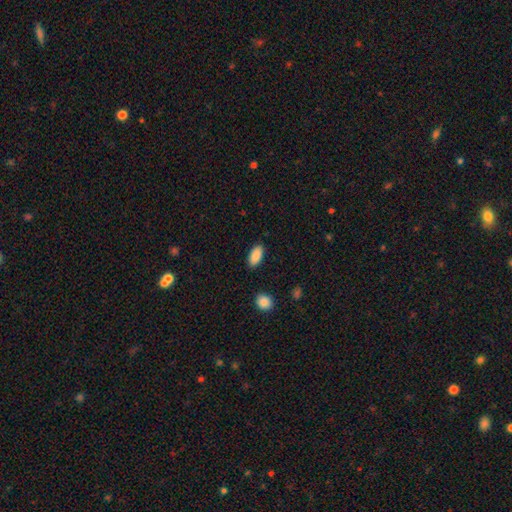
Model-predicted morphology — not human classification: smooth 89%, star or artifact 7%, featured or disk 4%. Down the decision tree: how rounded — in between (91%); merging — none (88%).